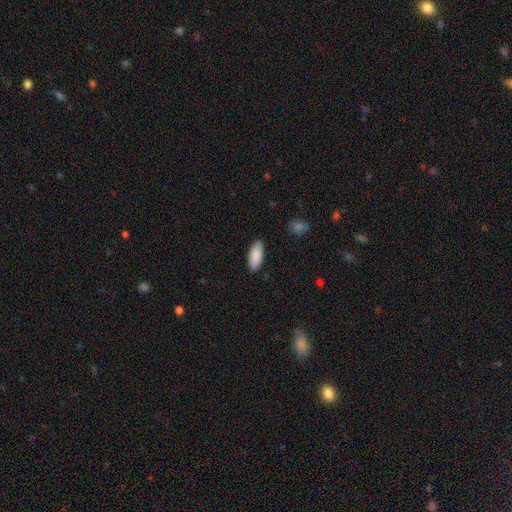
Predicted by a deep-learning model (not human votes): This appears to be a smooth galaxy with no disk features (89%) that is in between round and cigar-shaped (81%). Merging: none (88%).